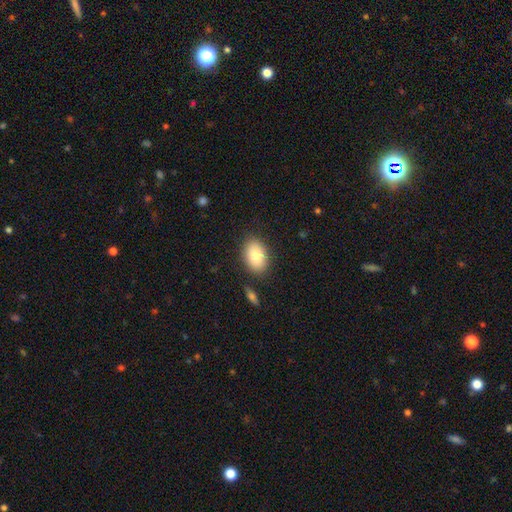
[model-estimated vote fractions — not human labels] Smooth or featured: smooth — 82% (featured or disk — 10%)
How rounded: in between — 86% (round — 13%)
Merging: none — 83% (minor disturbance — 11%)